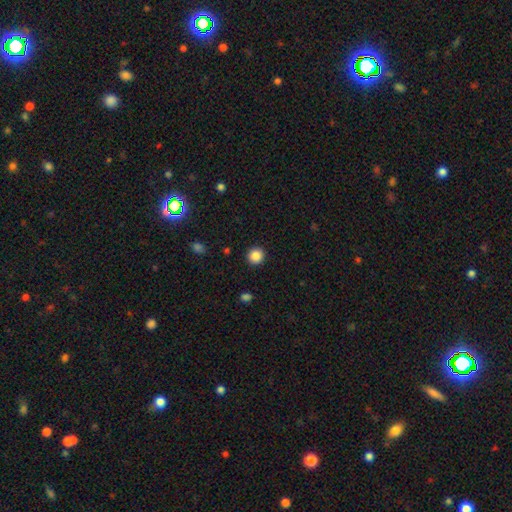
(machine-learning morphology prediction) smooth-or-featured: smooth: 86% | star or artifact: 10% | featured or disk: 3%
  how-rounded: round: 94% | in between: 5% | cigar-shaped: 1%
  merging: none: 93% | minor disturbance: 5% | major disturbance: 2% | merger: 1%